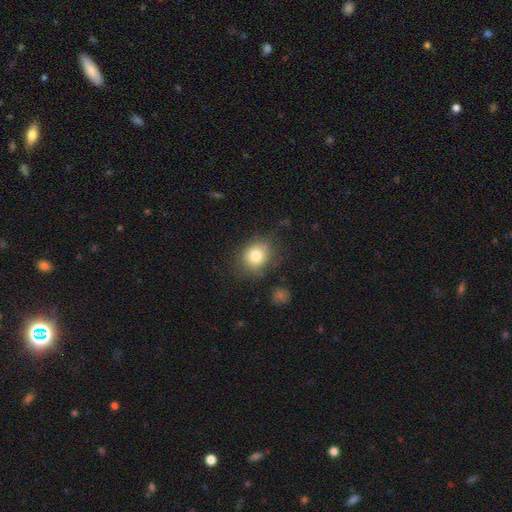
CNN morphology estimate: A smooth galaxy with no disk features (80%) that is round (65%). Merging: none (74%).